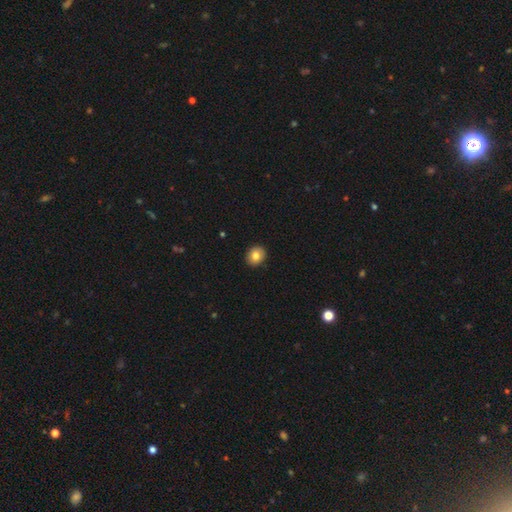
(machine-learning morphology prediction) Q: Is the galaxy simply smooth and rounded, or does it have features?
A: smooth — 81%.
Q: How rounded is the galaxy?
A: round — 73%.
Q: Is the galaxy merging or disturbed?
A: none — 91%.